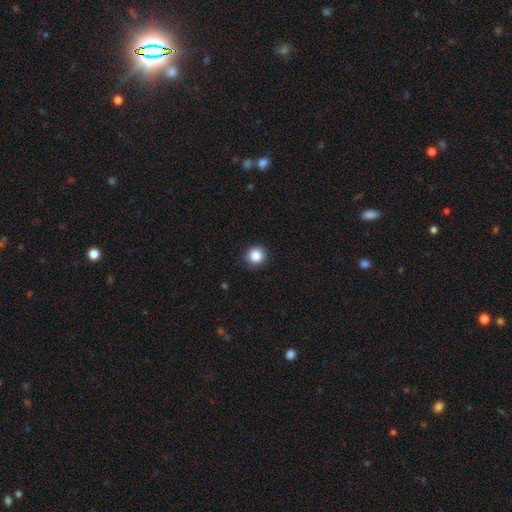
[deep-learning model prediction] smooth_or_featured: smooth (p=0.87) [alt: star or artifact p=0.10]
how_rounded: round (p=0.93) [alt: in between p=0.06]
merging: none (p=0.90) [alt: minor disturbance p=0.08]